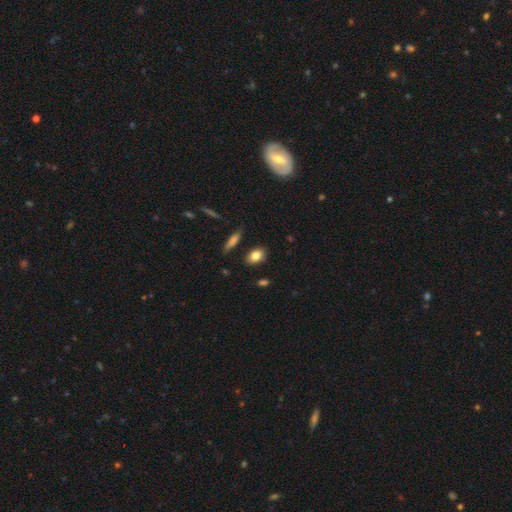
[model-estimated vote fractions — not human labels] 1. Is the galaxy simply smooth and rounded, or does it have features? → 83% smooth, 8% featured or disk, 8% star or artifact.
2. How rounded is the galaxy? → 77% in between, 20% round, 3% cigar-shaped.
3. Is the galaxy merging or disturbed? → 84% none, 11% minor disturbance, 2% major disturbance, 2% merger.